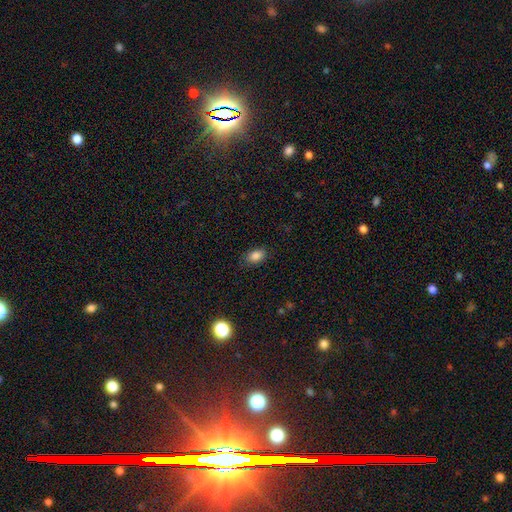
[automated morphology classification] smooth 86%, star or artifact 10%, featured or disk 4%. Down the decision tree: how rounded — in between (86%); merging — none (84%).